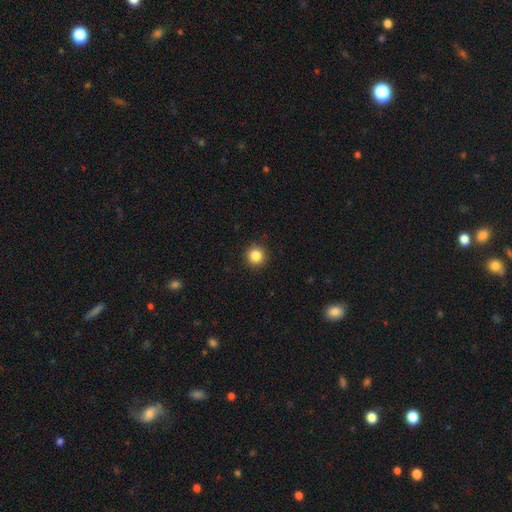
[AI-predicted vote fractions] Overall: smooth (85%). How rounded: round (95%). Merging: none (92%).